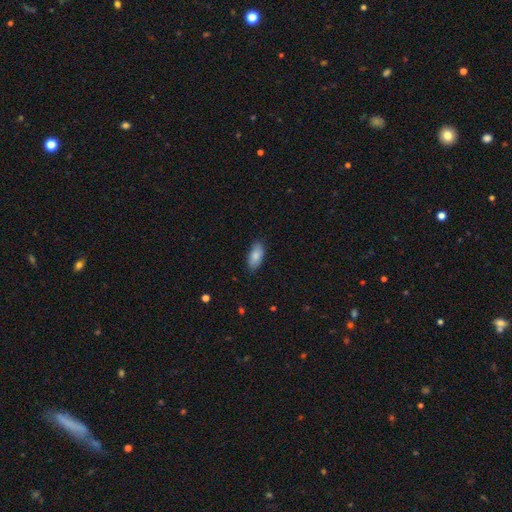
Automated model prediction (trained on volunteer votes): Smooth or featured?
  - smooth: 84% *
  - featured or disk: 9%
  - star or artifact: 6%
How rounded?
  - in between: 89% *
  - cigar-shaped: 8%
  - round: 2%
Merging?
  - none: 84% *
  - minor disturbance: 13%
  - major disturbance: 2%
  - merger: 1%